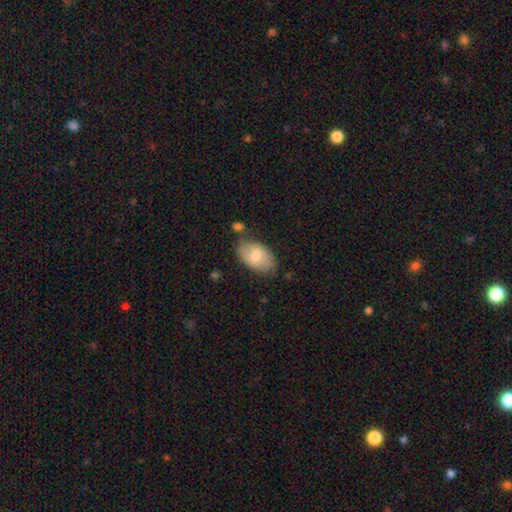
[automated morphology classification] smooth 69%, featured or disk 25%, star or artifact 6%. Down the decision tree: how rounded — in between (93%); merging — none (74%).